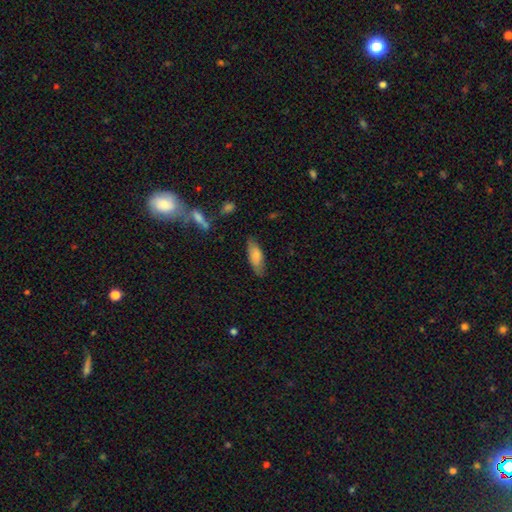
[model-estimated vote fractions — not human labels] Morphology: type=smooth (79%); roundness=in between (70%); merging=none (78%).